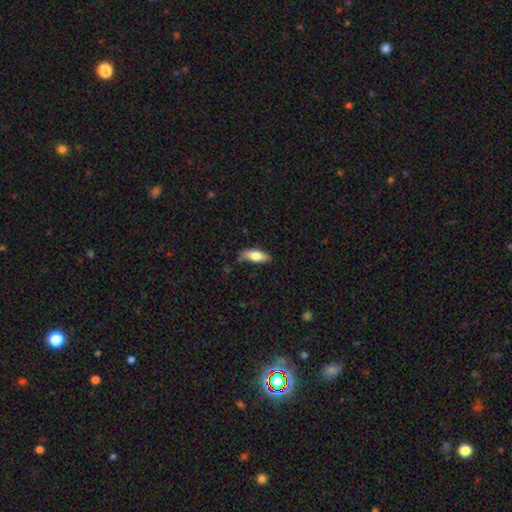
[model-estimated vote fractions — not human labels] A smooth galaxy with no disk features (70%) that is in between round and cigar-shaped (66%). Merging: none (77%).